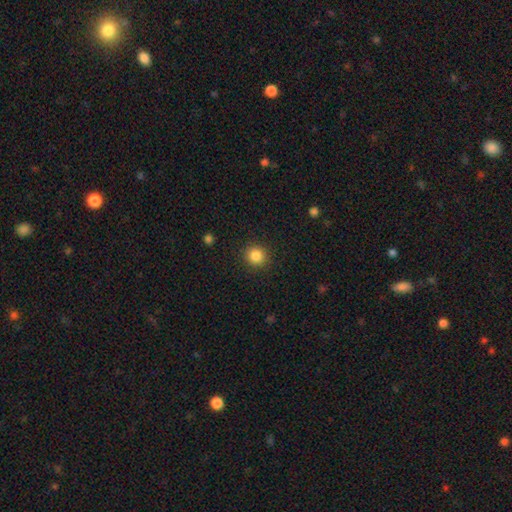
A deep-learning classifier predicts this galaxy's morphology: type=smooth (85%); roundness=round (92%); merging=none (91%).